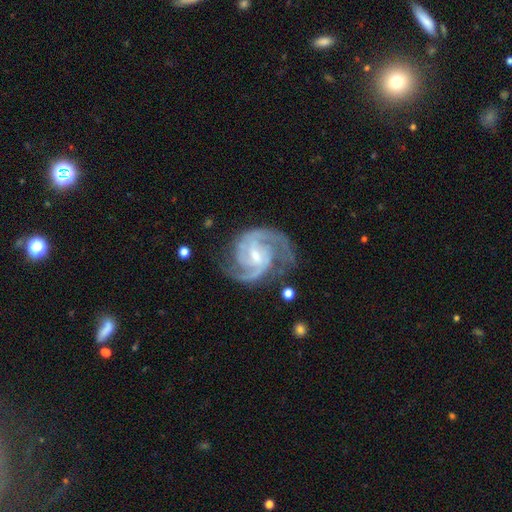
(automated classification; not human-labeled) This is clearly a featured or disk galaxy (93%). It is clearly not viewed edge-on (98%). Bar: possibly weak (57%). Spiral arm pattern: clearly yes (99%). Spiral arm count: likely 2 (67%). Spiral winding: possibly medium (54%). Central bulge: possibly small (55%). Merging: likely none (70%).